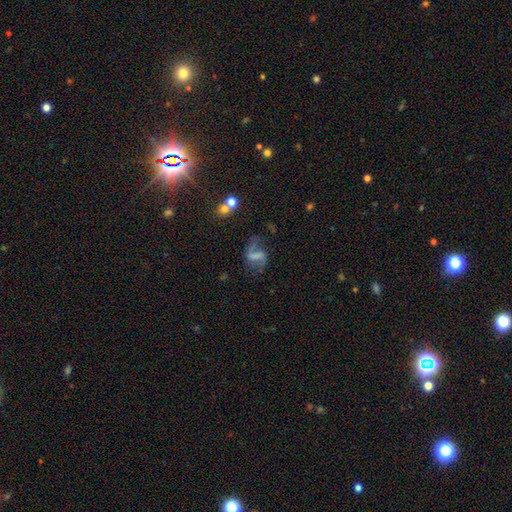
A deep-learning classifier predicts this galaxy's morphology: smooth_or_featured: featured or disk (p=0.72) [alt: smooth p=0.17]
disk_edge_on: no (p=0.97) [alt: yes p=0.03]
bar: strong (p=0.49) [alt: weak p=0.34]
has_spiral_arms: yes (p=0.87) [alt: no p=0.13]
spiral_winding: loose (p=0.66) [alt: medium p=0.28]
spiral_arm_count: 2 (p=0.87) [alt: 1 p=0.06]
bulge_size: none (p=0.64) [alt: small p=0.16]
merging: none (p=0.61) [alt: minor disturbance p=0.18]